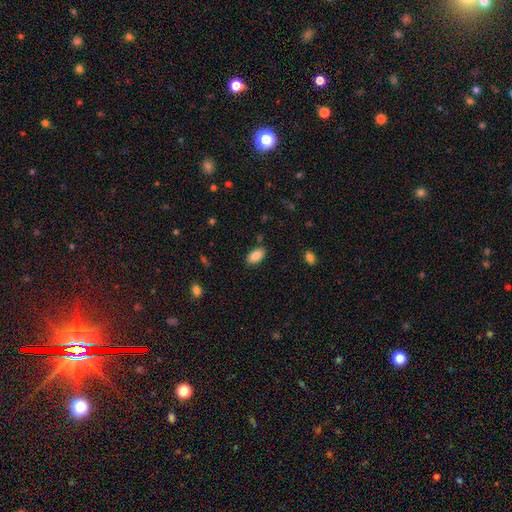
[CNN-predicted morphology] This is clearly a smooth galaxy (88%). How rounded: clearly in between (93%). Merging: clearly none (84%).